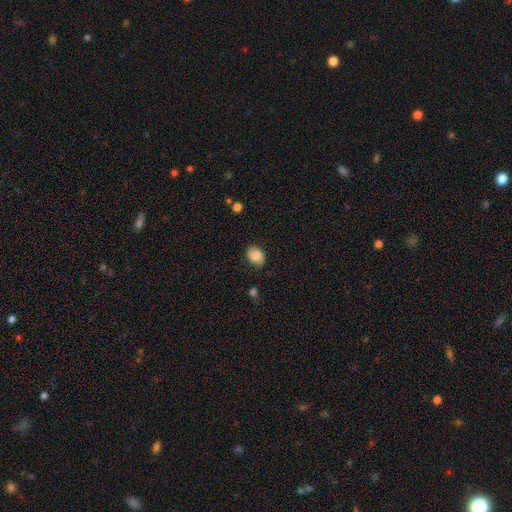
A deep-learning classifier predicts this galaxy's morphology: Smooth or featured: smooth — 76% (featured or disk — 16%)
How rounded: in between — 64% (round — 34%)
Merging: none — 80% (minor disturbance — 15%)